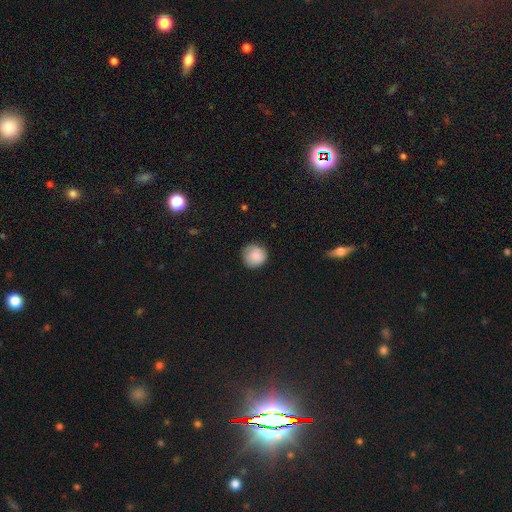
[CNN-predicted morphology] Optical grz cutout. It shows a smooth galaxy with no disk features (85%) that is round (94%). Merging: none (80%).